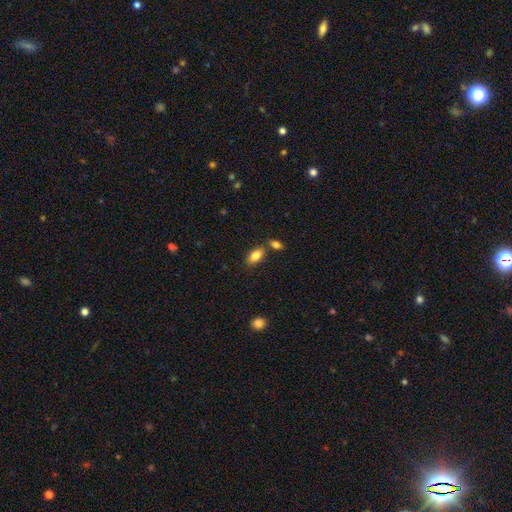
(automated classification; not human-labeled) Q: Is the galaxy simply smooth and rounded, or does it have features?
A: smooth — 83%.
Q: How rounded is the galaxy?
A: in between — 90%.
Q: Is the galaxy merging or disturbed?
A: none — 70%.